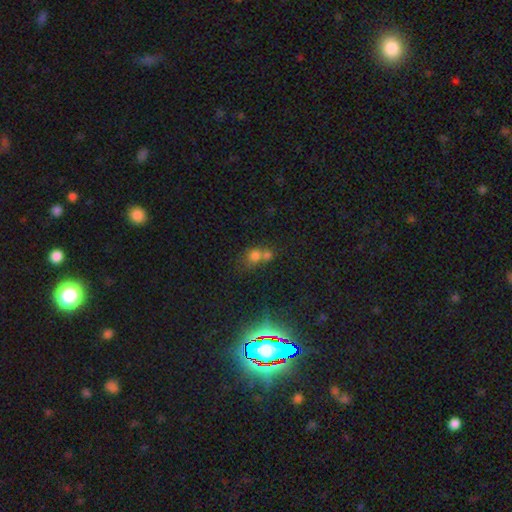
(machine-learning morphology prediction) smooth 64%, star or artifact 24%, featured or disk 12%. Down the decision tree: how rounded — round (73%); merging — merger (52%).